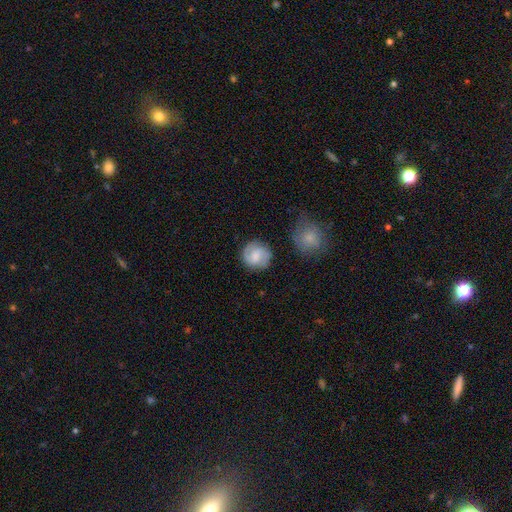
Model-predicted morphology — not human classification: type=featured or disk (53%); edge-on=no (98%); bar=weak (49%); spiral arms=yes (90%); bulge=moderate (42%); merging=none (79%).